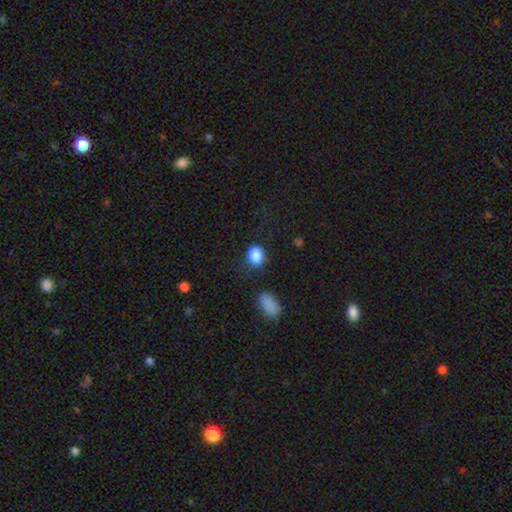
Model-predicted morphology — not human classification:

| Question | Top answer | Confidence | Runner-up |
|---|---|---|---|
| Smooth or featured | smooth | 88% | star or artifact (9%) |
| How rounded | round | 57% | in between (42%) |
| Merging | none | 76% | minor disturbance (15%) |